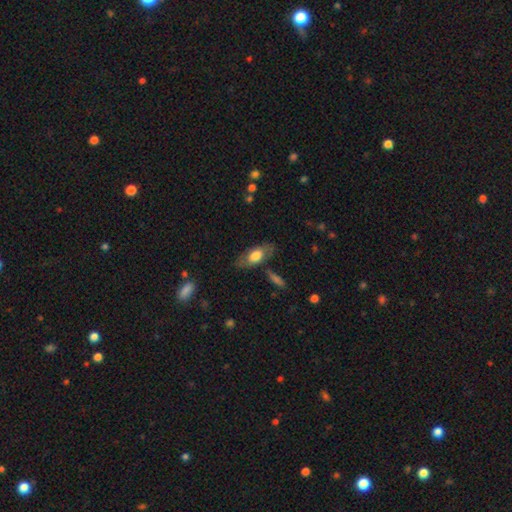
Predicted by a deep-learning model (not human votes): Smooth or featured? smooth (63%)
How rounded? in between (86%)
Merging? none (70%)